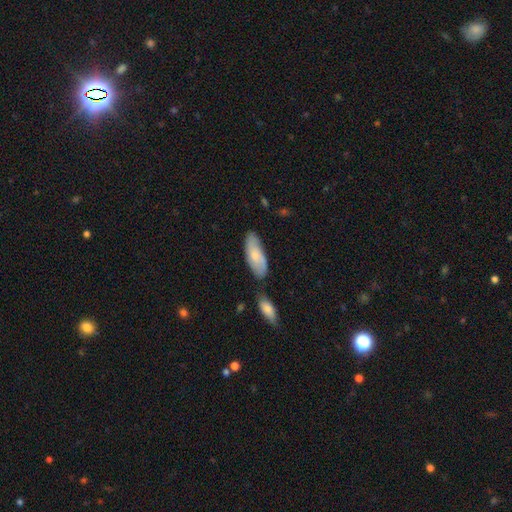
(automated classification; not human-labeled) Overall: smooth (65%; featured or disk 29%). How rounded: in between (76%). Merging: none (66%).